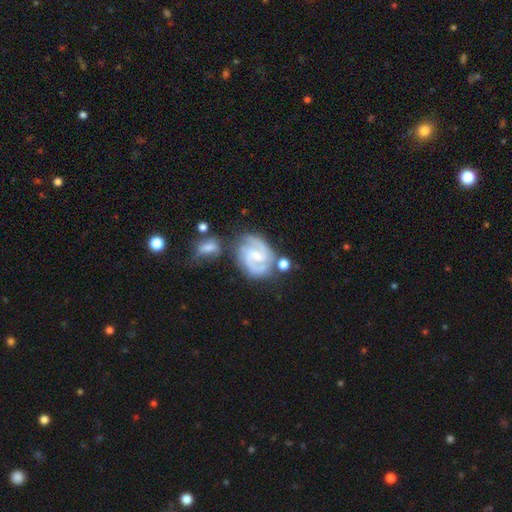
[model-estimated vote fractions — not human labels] Overall: featured or disk (87%). Edge-on disk: no (98%). Bar: weak (53%; strong 24%). Spiral arms: yes (97%). Spiral arm count: 2 (86%). Spiral winding: medium (48%; tight 41%). Bulge size: small (46%; moderate 29%). Merging: none (58%).